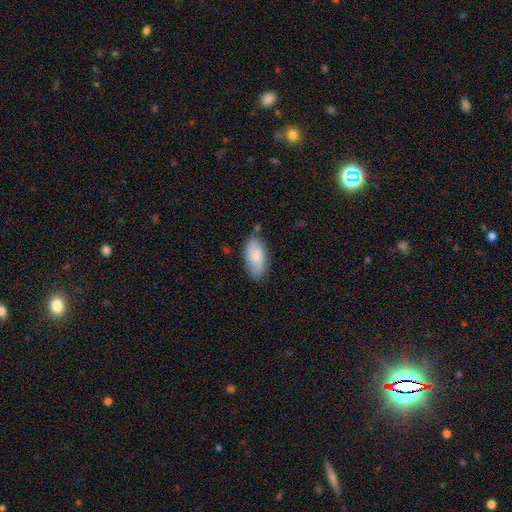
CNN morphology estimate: smooth_or_featured: smooth (p=0.83) [alt: featured or disk p=0.12]
how_rounded: in between (p=0.92) [alt: cigar-shaped p=0.06]
merging: none (p=0.74) [alt: minor disturbance p=0.19]